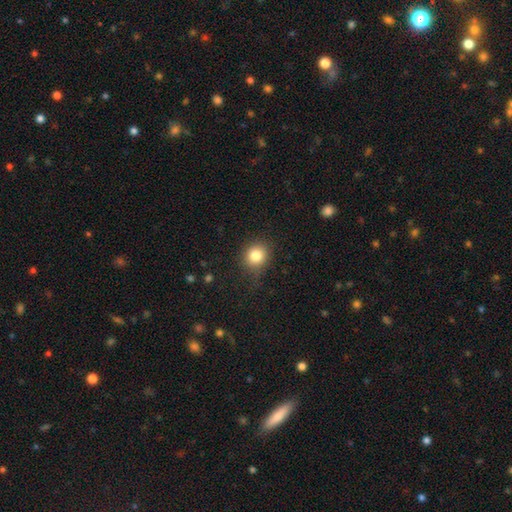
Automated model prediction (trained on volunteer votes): A smooth galaxy with no disk features (82%) that is round (81%). Merging: none (77%).